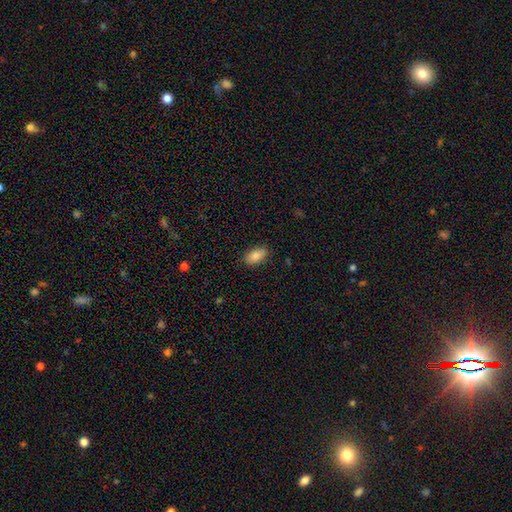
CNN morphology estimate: Smooth or featured? Predicted: smooth (p=0.85). How rounded? Predicted: in between (p=0.92). Merging? Predicted: none (p=0.87).